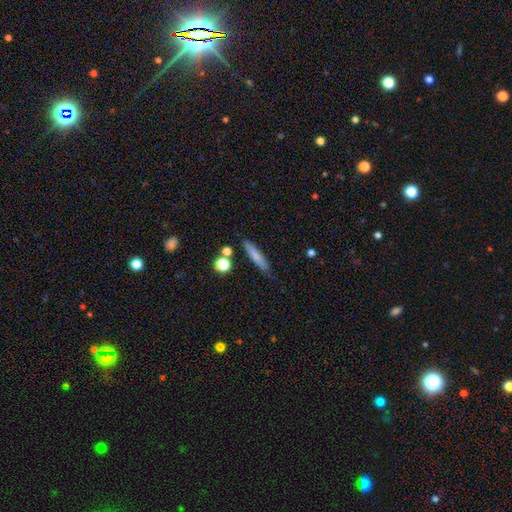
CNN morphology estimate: This appears to be a smooth galaxy with no disk features (74%) that is cigar-shaped (85%). Merging: none (78%).